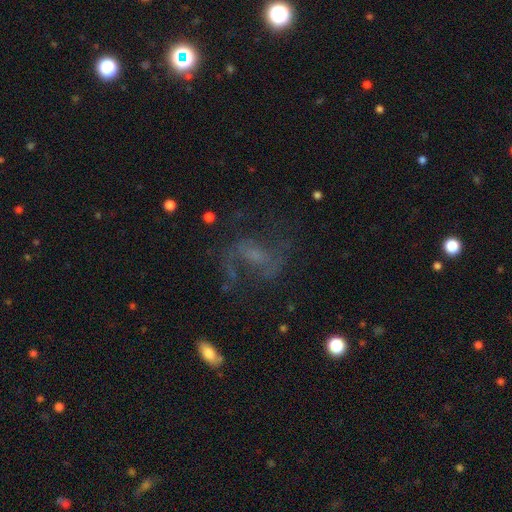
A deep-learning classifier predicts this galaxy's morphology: Smooth or featured: featured or disk — 65% (star or artifact — 20%)
Edge-on disk: no — 95% (yes — 5%)
Bar: weak — 43% (no — 40%)
Spiral arms: yes — 81% (no — 19%)
Spiral winding: loose — 49% (medium — 39%)
Spiral arm count: 2 — 77% (can't tell — 12%)
Bulge size: small — 38% (none — 35%)
Merging: none — 59% (major disturbance — 22%)